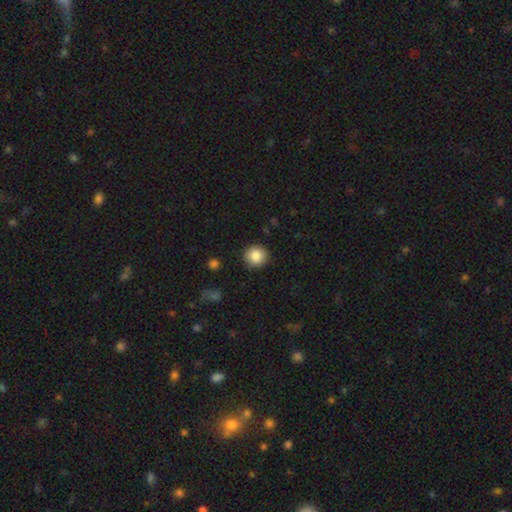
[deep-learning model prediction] Morphology: type=smooth (86%); roundness=round (91%); merging=none (88%).